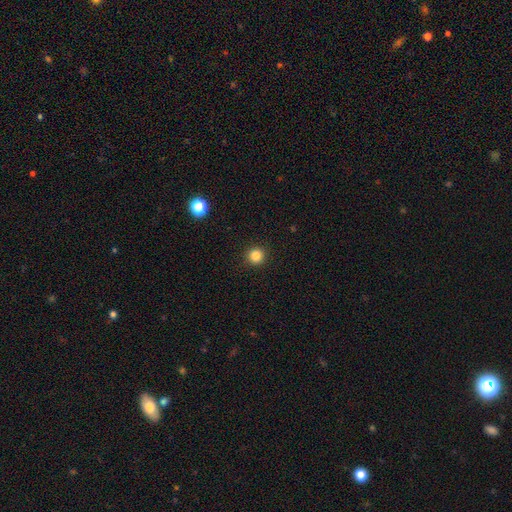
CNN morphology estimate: Smooth or featured?
  - smooth: 83% *
  - star or artifact: 12%
  - featured or disk: 5%
How rounded?
  - round: 95% *
  - in between: 4%
  - cigar-shaped: 1%
Merging?
  - none: 93% *
  - minor disturbance: 5%
  - major disturbance: 2%
  - merger: 1%